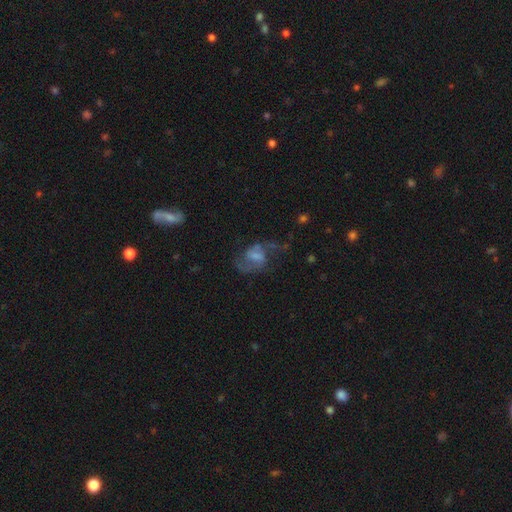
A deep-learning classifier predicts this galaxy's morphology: Smooth or featured? Predicted: featured or disk (p=0.68). Edge-on disk? Predicted: no (p=0.97). Bar? Predicted: weak (p=0.50). Spiral arms? Predicted: yes (p=0.85). Spiral winding? Predicted: loose (p=0.47). Spiral arm count? Predicted: 2 (p=0.83). Bulge size? Predicted: moderate (p=0.29). Merging? Predicted: none (p=0.48).